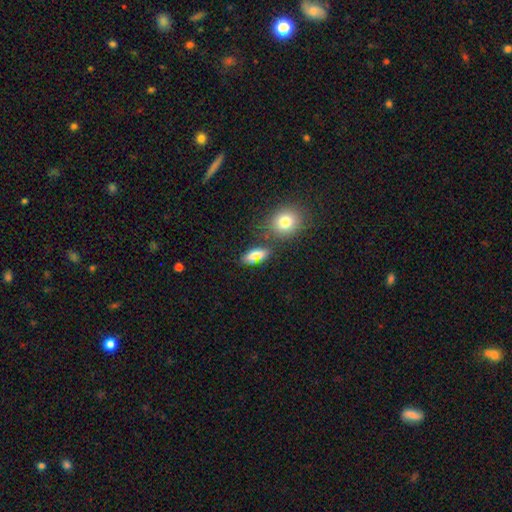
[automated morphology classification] Smooth or featured: smooth — 77% (star or artifact — 13%)
How rounded: in between — 77% (cigar-shaped — 13%)
Merging: none — 66% (minor disturbance — 16%)